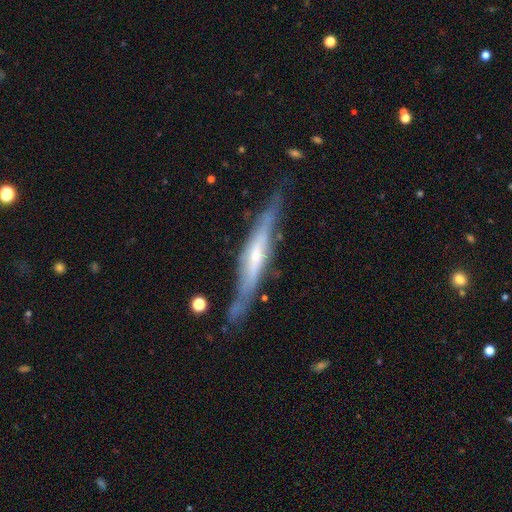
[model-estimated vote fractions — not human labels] Smooth or featured?
  - featured or disk: 73% *
  - smooth: 21%
  - star or artifact: 6%
Edge-on disk?
  - yes: 89% *
  - no: 11%
Edge-on bulge?
  - rounded: 55% *
  - none: 28%
  - boxy: 17%
Merging?
  - none: 72% *
  - minor disturbance: 20%
  - major disturbance: 5%
  - merger: 3%